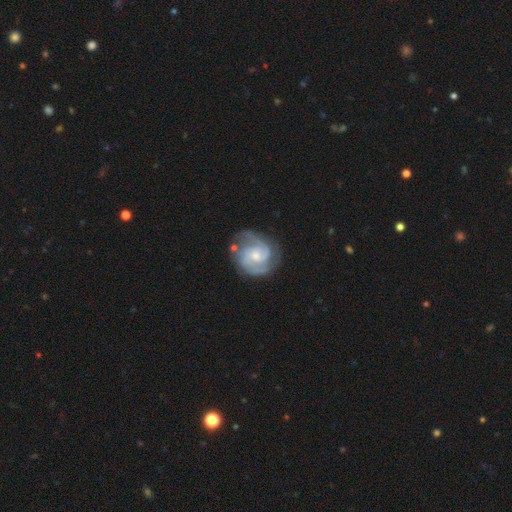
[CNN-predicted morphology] type=featured or disk (87%); edge-on=no (98%); bar=no (60%); spiral arms=yes (97%); winding=tight (49%); arm count=2 (58%); bulge=small (54%); merging=none (69%).